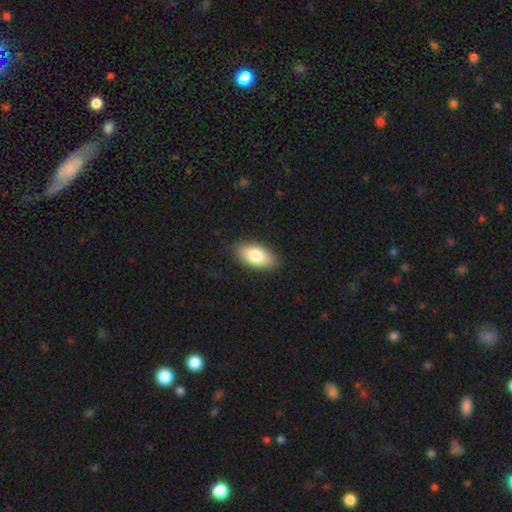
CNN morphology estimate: Q: Smooth or featured?
A: smooth (81%); runner-up: featured or disk (12%)
Q: How rounded?
A: in between (93%); runner-up: cigar-shaped (4%)
Q: Merging?
A: none (87%); runner-up: minor disturbance (10%)